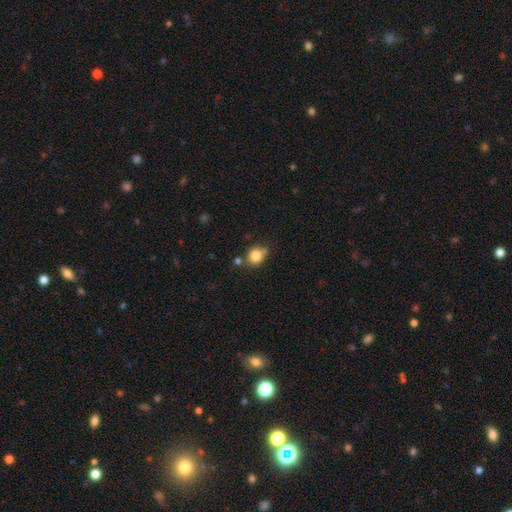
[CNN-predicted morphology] This appears to be a smooth galaxy with no disk features (82%) that is round (74%). Merging: none (65%).